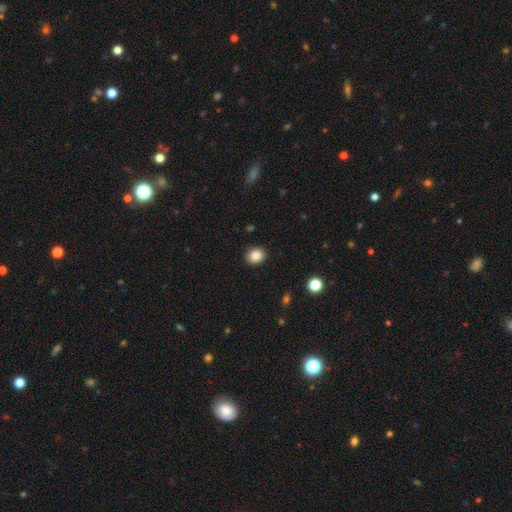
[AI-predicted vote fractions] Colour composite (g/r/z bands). It shows a smooth galaxy with no disk features (85%) that is round (59%). Merging: none (90%).